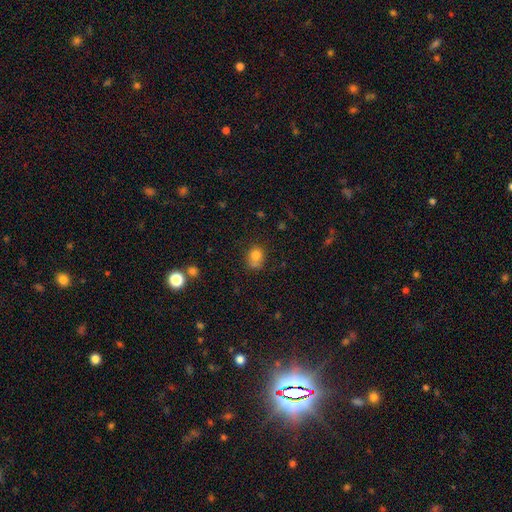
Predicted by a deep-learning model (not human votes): Overall: smooth (79%). How rounded: round (61%; in between 38%). Merging: none (52%; minor disturbance 21%).